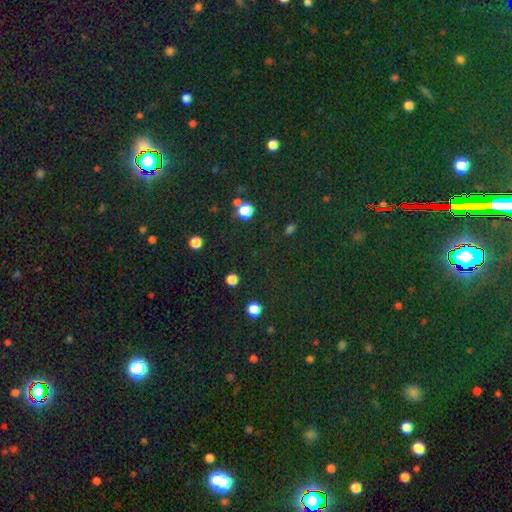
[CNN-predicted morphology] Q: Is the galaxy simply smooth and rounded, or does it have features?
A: star or artifact — 76%.